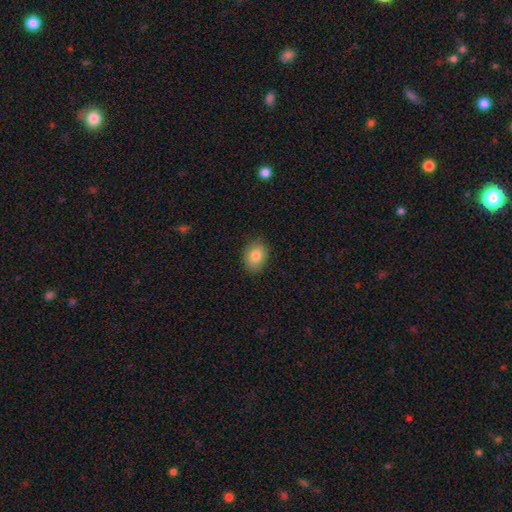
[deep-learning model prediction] smooth 84%, star or artifact 8%, featured or disk 8%. Down the decision tree: how rounded — in between (63%); merging — none (85%).